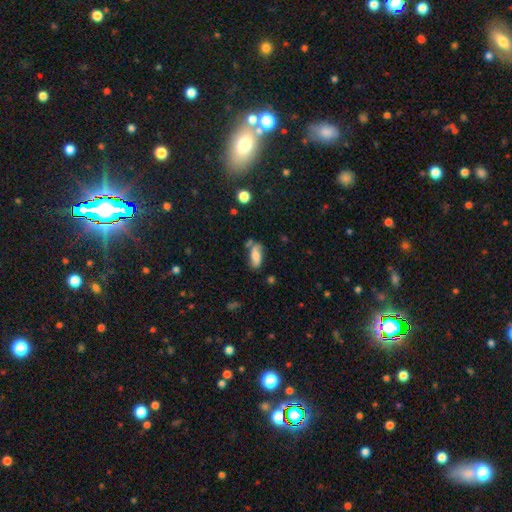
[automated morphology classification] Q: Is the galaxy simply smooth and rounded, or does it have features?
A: smooth — 69%.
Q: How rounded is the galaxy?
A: in between — 80%.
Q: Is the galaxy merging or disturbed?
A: none — 51%.